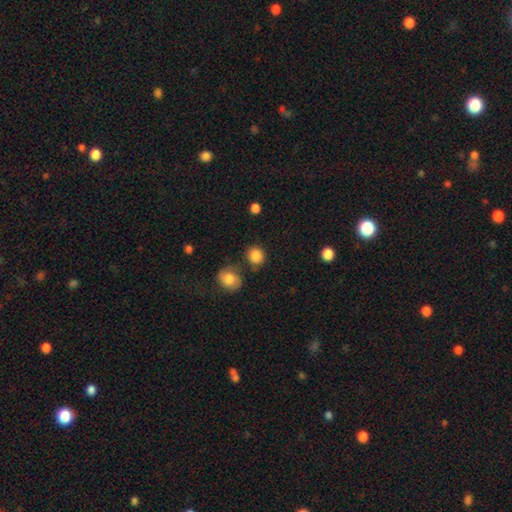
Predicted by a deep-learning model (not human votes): A smooth galaxy with no disk features (86%) that is round (84%). Merging: none (75%).